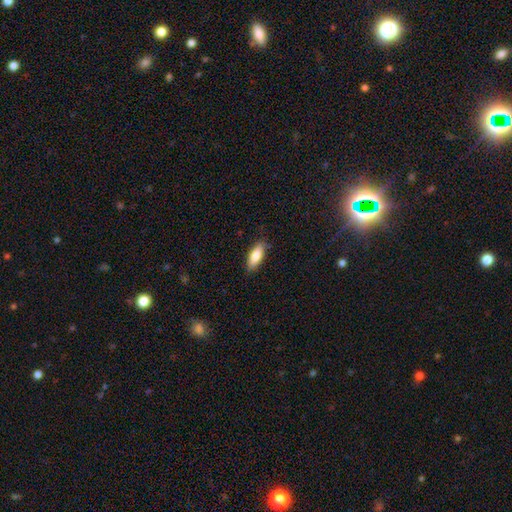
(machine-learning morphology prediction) Smooth or featured? smooth (79%)
How rounded? in between (69%)
Merging? none (85%)